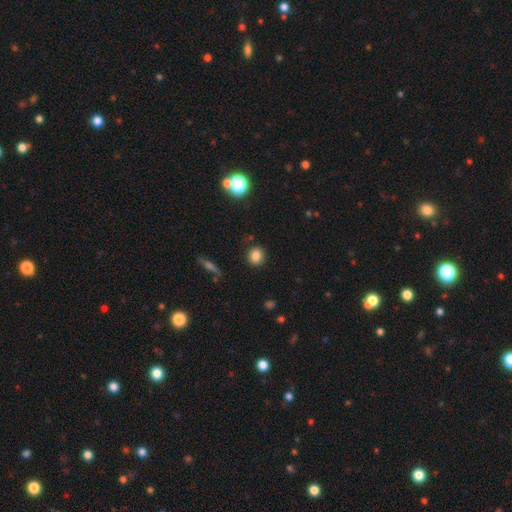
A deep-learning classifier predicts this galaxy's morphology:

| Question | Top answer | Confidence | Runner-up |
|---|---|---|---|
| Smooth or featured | smooth | 83% | star or artifact (11%) |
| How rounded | round | 77% | in between (21%) |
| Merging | none | 87% | minor disturbance (8%) |